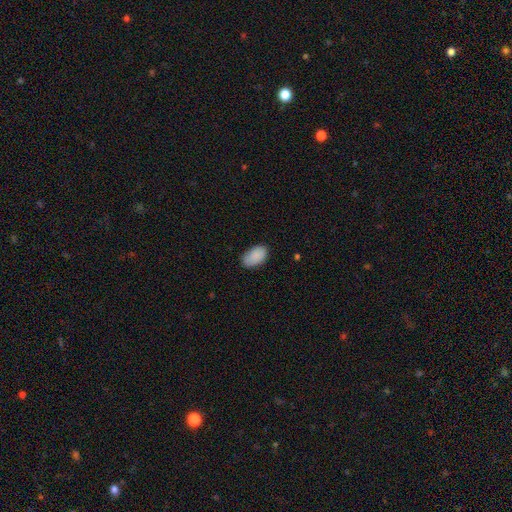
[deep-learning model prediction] smooth-or-featured: smooth: 89% | star or artifact: 7% | featured or disk: 4%
  how-rounded: in between: 93% | round: 6% | cigar-shaped: 1%
  merging: none: 76% | minor disturbance: 20% | major disturbance: 3% | merger: 1%